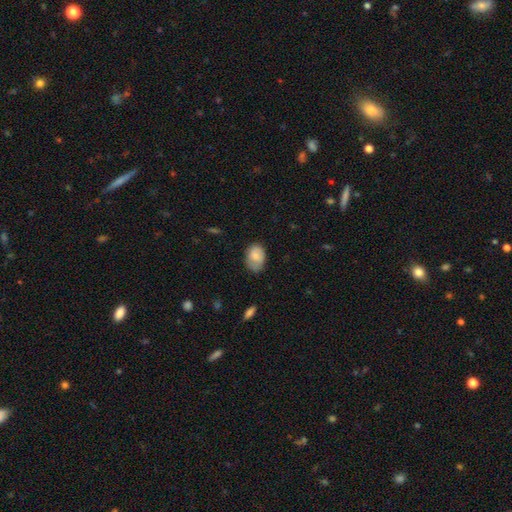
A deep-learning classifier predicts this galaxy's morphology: Smooth or featured: smooth — 78% (featured or disk — 15%)
How rounded: in between — 80% (round — 19%)
Merging: none — 63% (minor disturbance — 28%)